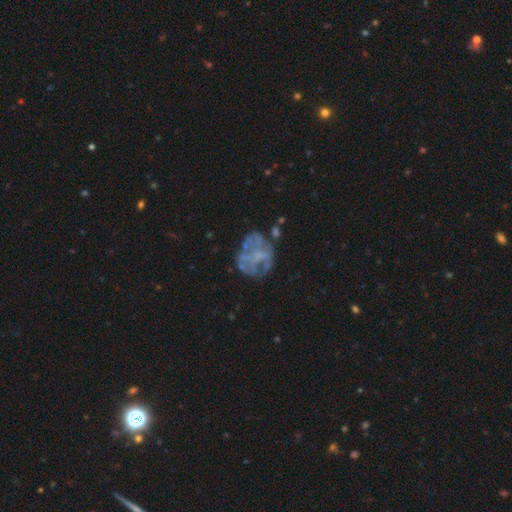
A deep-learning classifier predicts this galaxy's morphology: featured or disk 65%, smooth 23%, star or artifact 13%. Down the decision tree: edge-on disk — no (98%); bar — no (82%); spiral arms — no (76%); bulge size — none (70%); merging — none (56%).